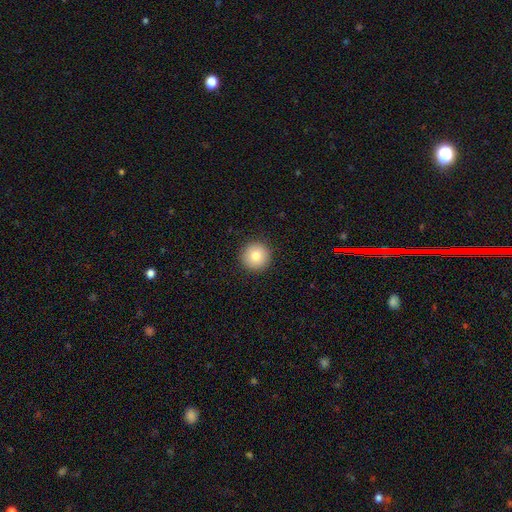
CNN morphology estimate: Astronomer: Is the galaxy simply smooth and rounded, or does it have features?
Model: smooth — 83%.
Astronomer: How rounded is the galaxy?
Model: round — 96%.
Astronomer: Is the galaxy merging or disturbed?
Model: none — 93%.